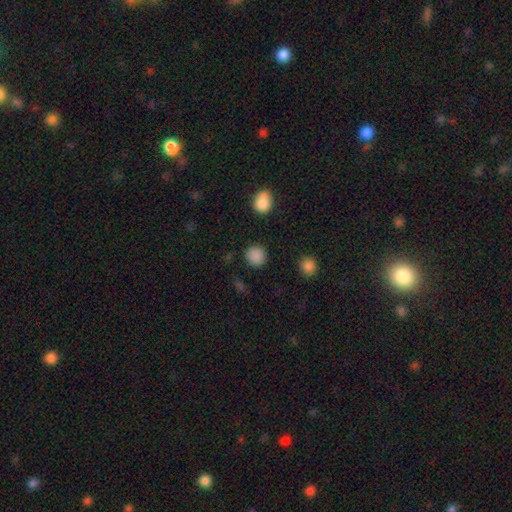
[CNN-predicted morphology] Smooth or featured? smooth (86%)
How rounded? round (92%)
Merging? none (88%)